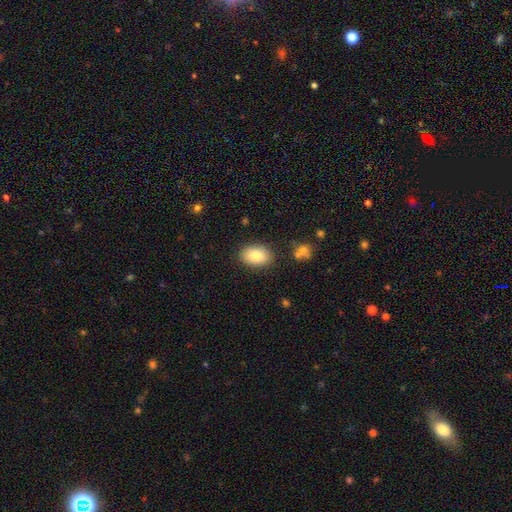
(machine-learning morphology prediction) smooth_or_featured: smooth (p=0.85) [alt: featured or disk p=0.08]
how_rounded: in between (p=0.86) [alt: round p=0.13]
merging: none (p=0.85) [alt: minor disturbance p=0.10]